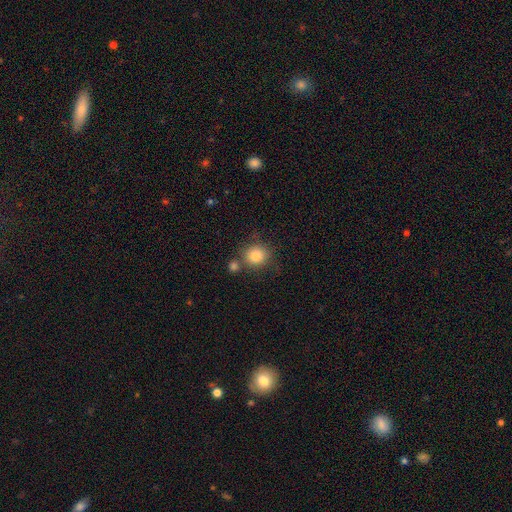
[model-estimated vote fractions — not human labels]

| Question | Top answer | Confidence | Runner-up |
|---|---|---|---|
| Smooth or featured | smooth | 83% | star or artifact (10%) |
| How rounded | round | 87% | in between (12%) |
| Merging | none | 69% | merger (16%) |